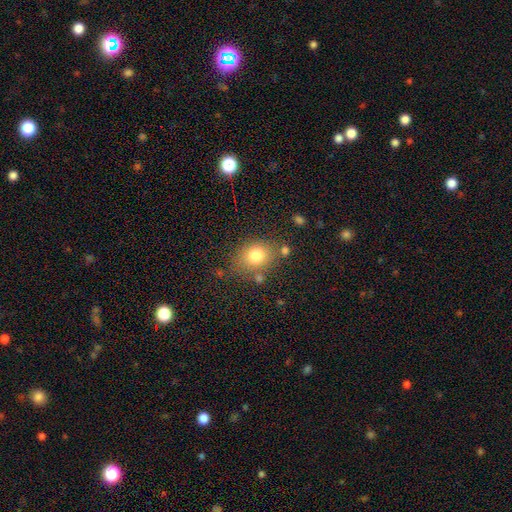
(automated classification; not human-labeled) Smooth or featured? smooth (77%)
How rounded? in between (50%)
Merging? none (71%)